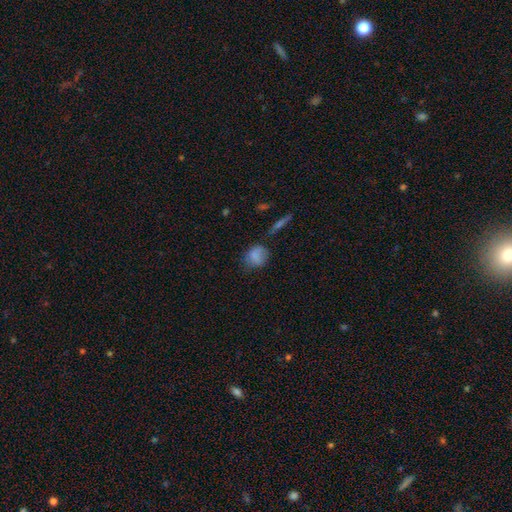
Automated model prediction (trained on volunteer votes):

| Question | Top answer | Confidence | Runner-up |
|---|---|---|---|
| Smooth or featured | smooth | 79% | star or artifact (11%) |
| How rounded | round | 59% | in between (39%) |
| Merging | none | 59% | minor disturbance (28%) |